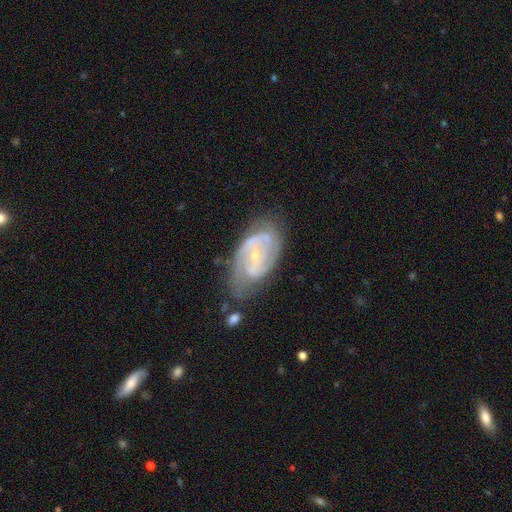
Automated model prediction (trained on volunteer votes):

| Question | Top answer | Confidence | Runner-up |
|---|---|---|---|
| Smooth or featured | featured or disk | 85% | smooth (9%) |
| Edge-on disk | no | 96% | yes (4%) |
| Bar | no | 46% | weak (40%) |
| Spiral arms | yes | 94% | no (6%) |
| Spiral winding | tight | 49% | medium (41%) |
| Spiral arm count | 2 | 62% | can't tell (17%) |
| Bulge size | small | 75% | moderate (21%) |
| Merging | none | 62% | minor disturbance (24%) |